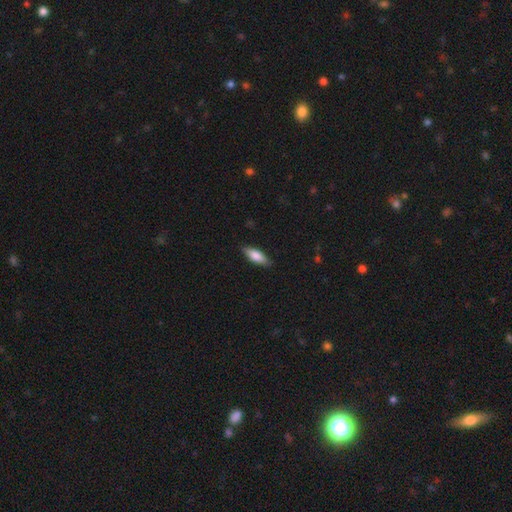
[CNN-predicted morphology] Smooth or featured: smooth — 78% (featured or disk — 16%)
How rounded: in between — 64% (cigar-shaped — 34%)
Merging: none — 85% (minor disturbance — 11%)